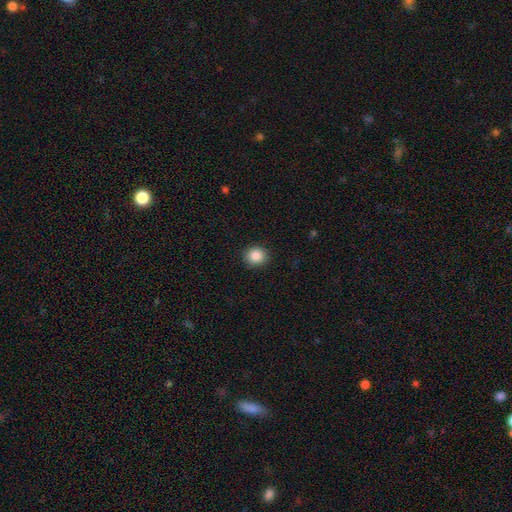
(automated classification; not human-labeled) The model was most divided on "how rounded": round: 85%, in between: 14%, cigar-shaped: 1%. More confident: merging — none (91%); smooth or featured — smooth (87%).